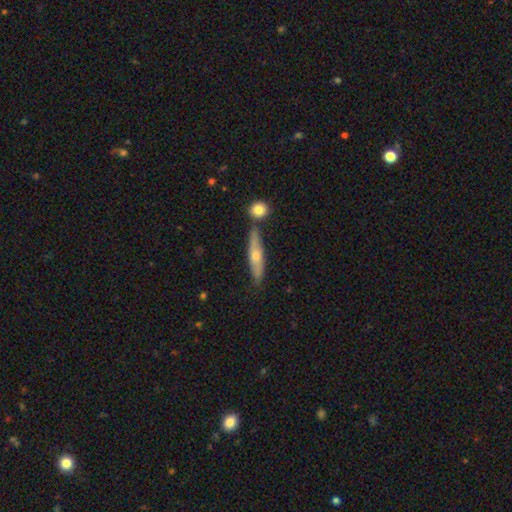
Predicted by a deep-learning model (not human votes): The model was most divided on "smooth or featured": smooth: 48%, featured or disk: 46%, star or artifact: 6%. More confident: merging — none (73%).